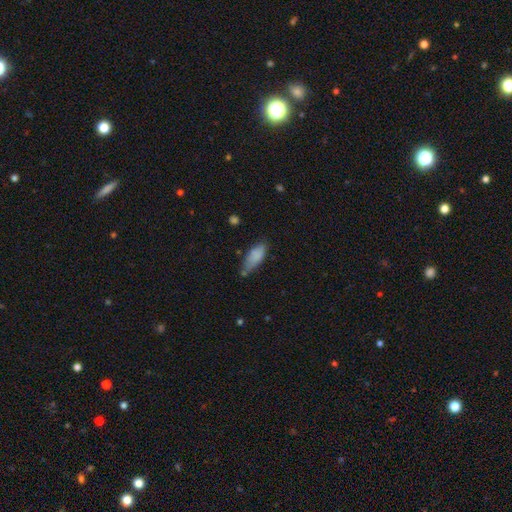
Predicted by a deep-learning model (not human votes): Smooth or featured?
  - smooth: 82% *
  - featured or disk: 10%
  - star or artifact: 8%
How rounded?
  - in between: 71% *
  - cigar-shaped: 27%
  - round: 2%
Merging?
  - none: 51% *
  - minor disturbance: 33%
  - major disturbance: 9%
  - merger: 6%